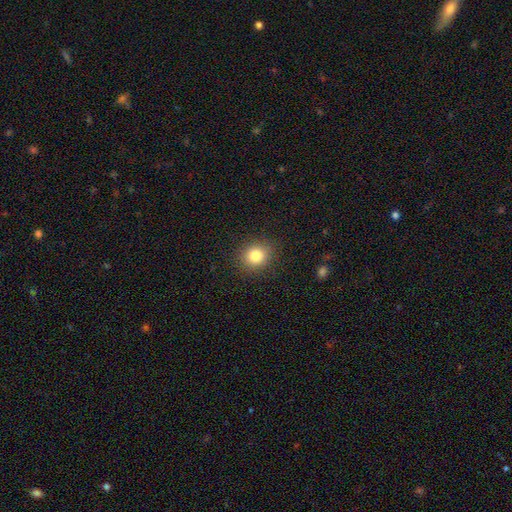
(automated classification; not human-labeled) Smooth or featured?
  - smooth: 82% *
  - star or artifact: 11%
  - featured or disk: 7%
How rounded?
  - round: 79% *
  - in between: 21%
  - cigar-shaped: 1%
Merging?
  - none: 88% *
  - minor disturbance: 8%
  - major disturbance: 3%
  - merger: 1%